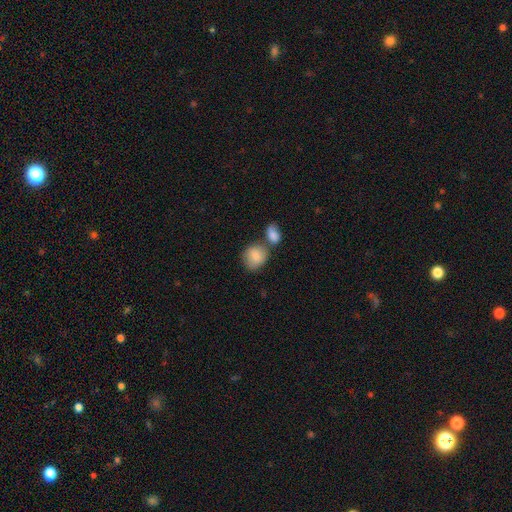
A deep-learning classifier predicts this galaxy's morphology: A smooth galaxy with no disk features (85%) that is round (61%).

Vote fractions:
- Smooth or featured? smooth: 85% / featured or disk: 8% / star or artifact: 7%
- How rounded? round: 61% / in between: 38% / cigar-shaped: 1%
- Merging? none: 44% / merger: 38% / minor disturbance: 13% / major disturbance: 5%